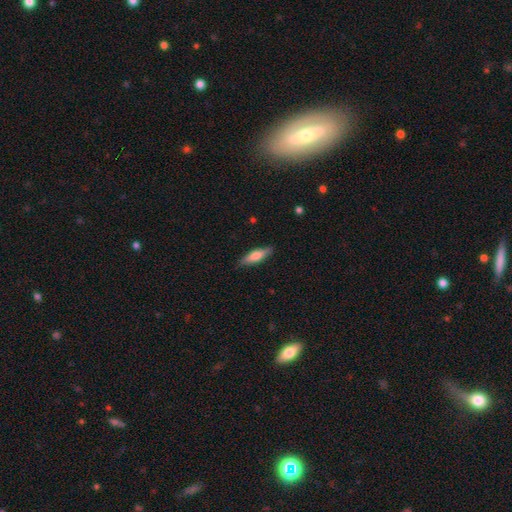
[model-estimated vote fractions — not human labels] This is likely a smooth galaxy (66%). How rounded: likely cigar-shaped (60%). Merging: clearly none (86%).